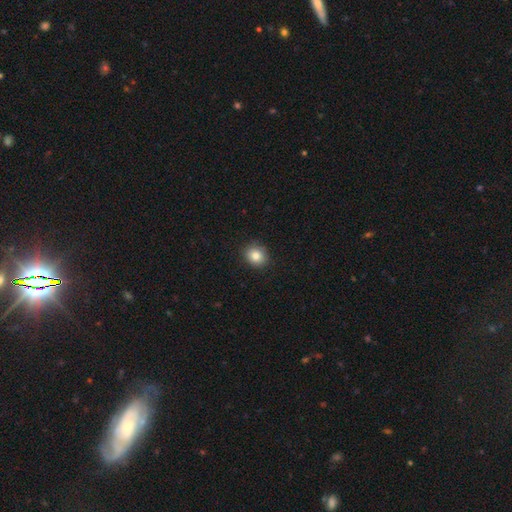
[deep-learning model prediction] Smooth or featured?
  - smooth: 83% *
  - star or artifact: 10%
  - featured or disk: 6%
How rounded?
  - round: 73% *
  - in between: 26%
  - cigar-shaped: 1%
Merging?
  - none: 89% *
  - minor disturbance: 9%
  - major disturbance: 2%
  - merger: 1%